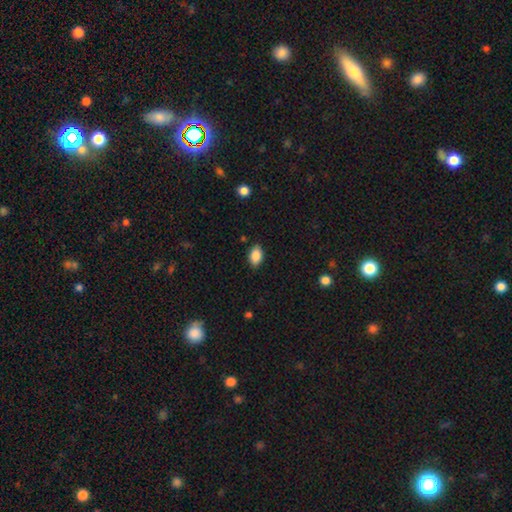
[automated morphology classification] Smooth or featured? Predicted: smooth (p=0.87). How rounded? Predicted: in between (p=0.90). Merging? Predicted: none (p=0.86).